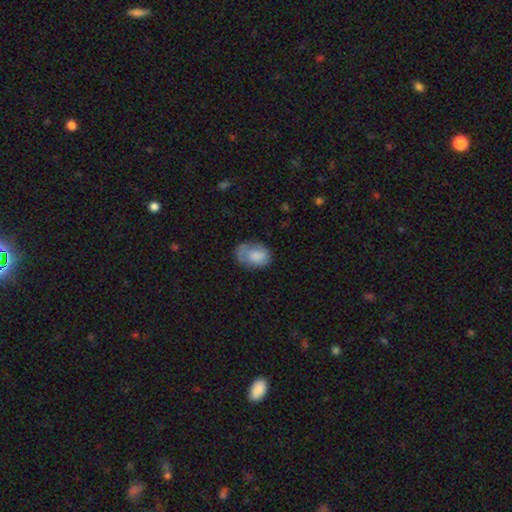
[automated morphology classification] Q: Smooth or featured?
A: smooth (76%); runner-up: featured or disk (17%)
Q: How rounded?
A: in between (84%); runner-up: round (15%)
Q: Merging?
A: none (52%); runner-up: minor disturbance (30%)